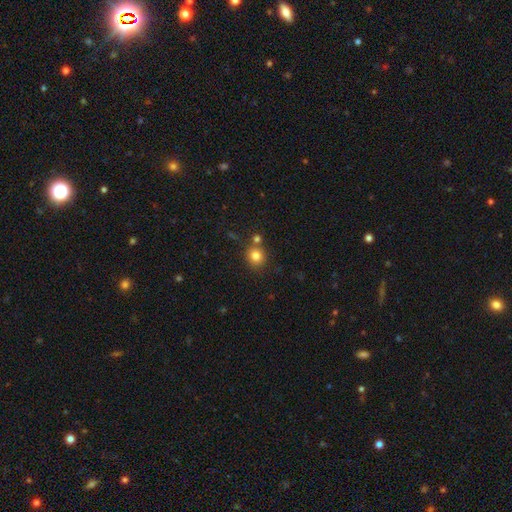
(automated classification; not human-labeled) Smooth or featured: smooth — 81% (star or artifact — 12%)
How rounded: round — 88% (in between — 11%)
Merging: none — 72% (merger — 16%)